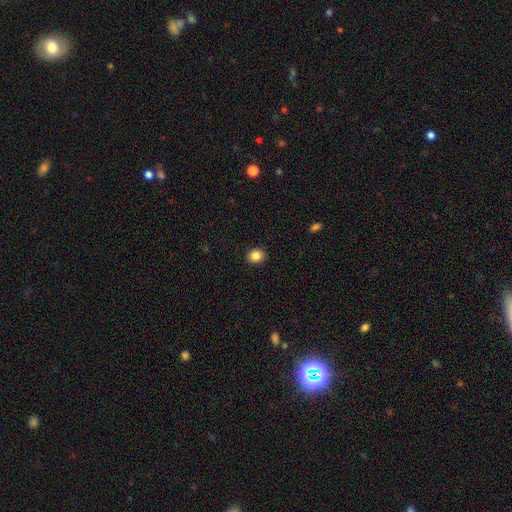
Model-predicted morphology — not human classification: smooth_or_featured: smooth (p=0.85) [alt: star or artifact p=0.10]
how_rounded: round (p=0.74) [alt: in between p=0.25]
merging: none (p=0.92) [alt: minor disturbance p=0.06]